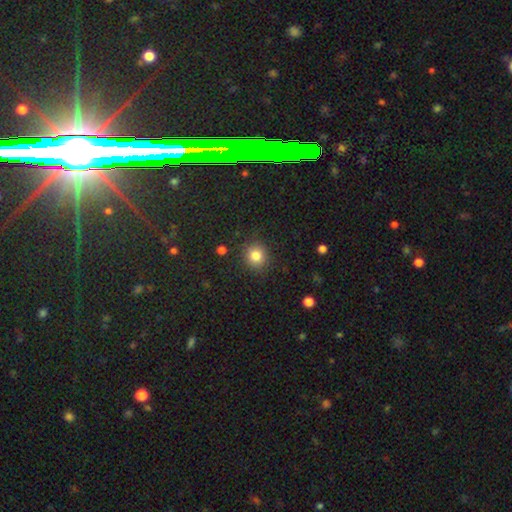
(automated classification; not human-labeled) smooth-or-featured: smooth: 83% | star or artifact: 11% | featured or disk: 6%
  how-rounded: round: 87% | in between: 12% | cigar-shaped: 1%
  merging: none: 88% | minor disturbance: 8% | major disturbance: 3% | merger: 1%